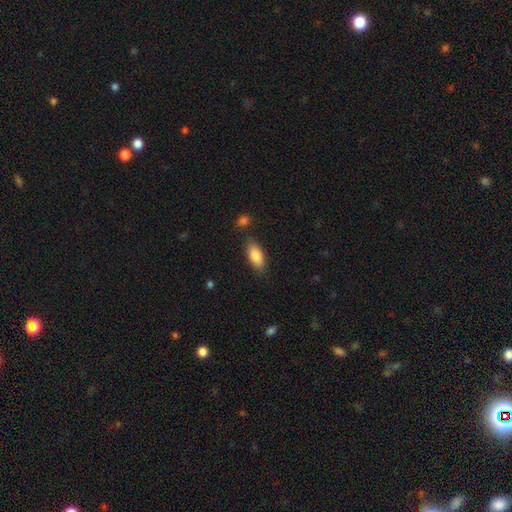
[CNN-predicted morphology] This appears to be a smooth galaxy with no disk features (85%) that is in between round and cigar-shaped (84%). Merging: none (81%).